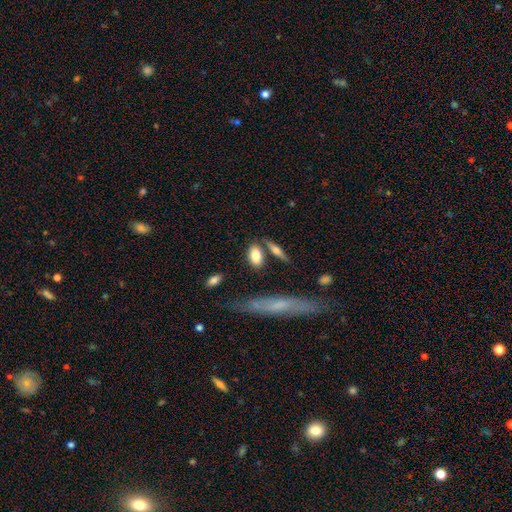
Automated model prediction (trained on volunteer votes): Overall: smooth (81%). How rounded: in between (85%). Merging: none (71%).